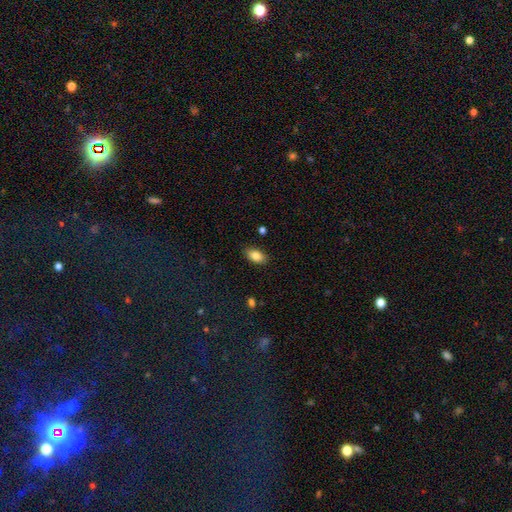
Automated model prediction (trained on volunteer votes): Smooth or featured: smooth — 85% (star or artifact — 8%)
How rounded: in between — 92% (round — 4%)
Merging: none — 87% (minor disturbance — 10%)